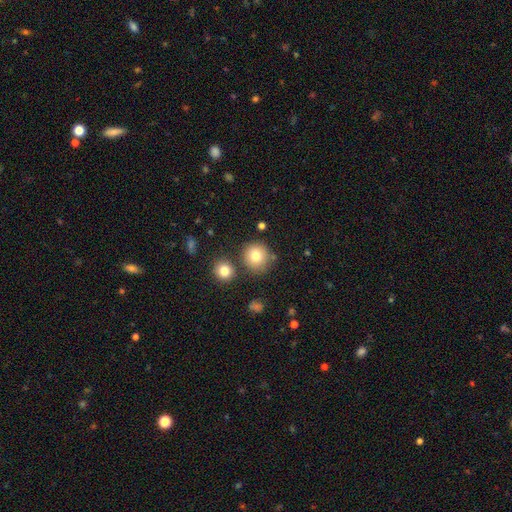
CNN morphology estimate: Smooth or featured? Predicted: smooth (p=0.79). How rounded? Predicted: round (p=0.92). Merging? Predicted: none (p=0.78).